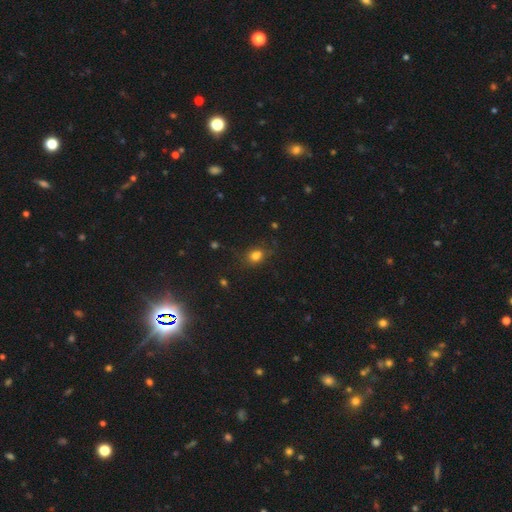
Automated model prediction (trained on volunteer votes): Q: Smooth or featured?
A: smooth (78%); runner-up: star or artifact (15%)
Q: How rounded?
A: round (51%); runner-up: in between (48%)
Q: Merging?
A: none (72%); runner-up: minor disturbance (19%)